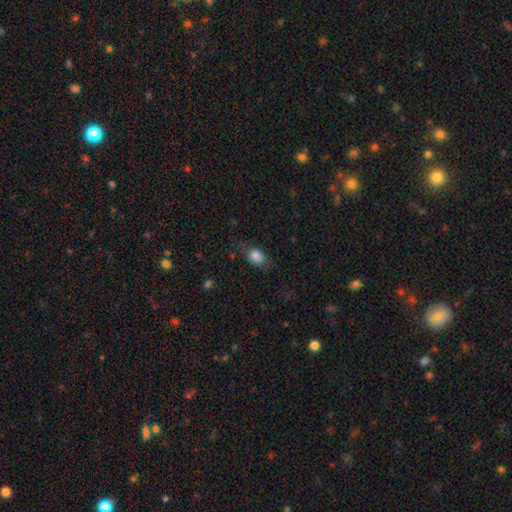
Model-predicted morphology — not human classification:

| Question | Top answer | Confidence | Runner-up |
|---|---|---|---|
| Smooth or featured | smooth | 79% | featured or disk (12%) |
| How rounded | in between | 69% | round (28%) |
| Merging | none | 62% | minor disturbance (26%) |